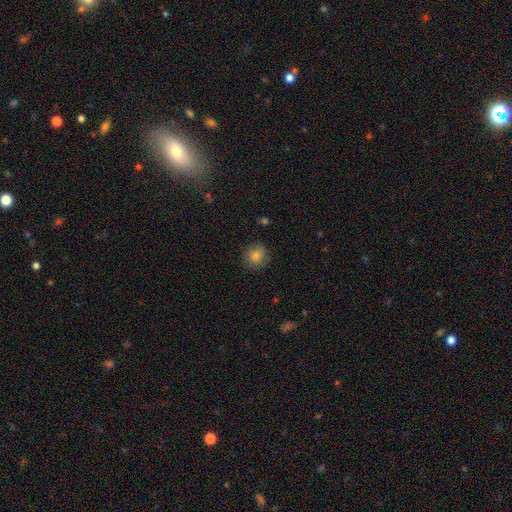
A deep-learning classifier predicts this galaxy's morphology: This appears to be a smooth galaxy with no disk features (79%) that is round (91%). Merging: none (85%).